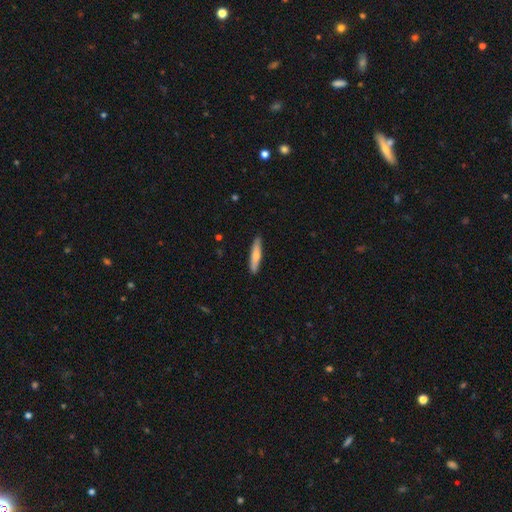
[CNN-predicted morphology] smooth_or_featured: smooth (p=0.64) [alt: featured or disk p=0.30]
how_rounded: cigar-shaped (p=0.88) [alt: in between p=0.10]
merging: none (p=0.89) [alt: minor disturbance p=0.09]